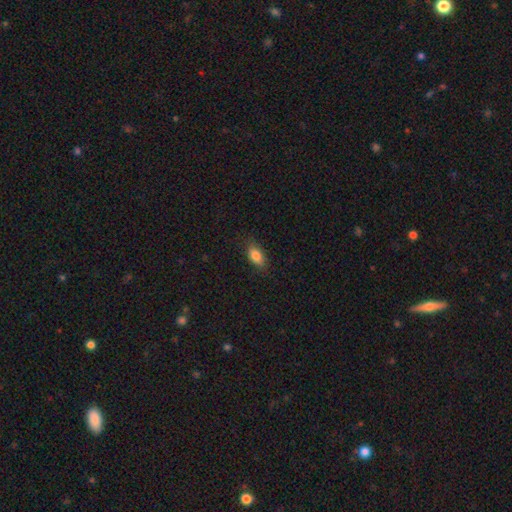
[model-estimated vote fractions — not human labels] smooth-or-featured: smooth: 84% | featured or disk: 8% | star or artifact: 8%
  how-rounded: in between: 87% | cigar-shaped: 7% | round: 6%
  merging: none: 83% | minor disturbance: 13% | major disturbance: 3% | merger: 1%